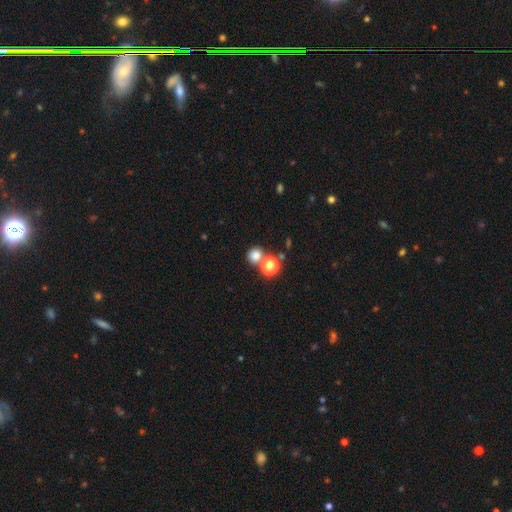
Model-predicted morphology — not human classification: Smooth or featured: smooth — 76% (star or artifact — 18%)
How rounded: round — 85% (in between — 14%)
Merging: none — 63% (merger — 26%)